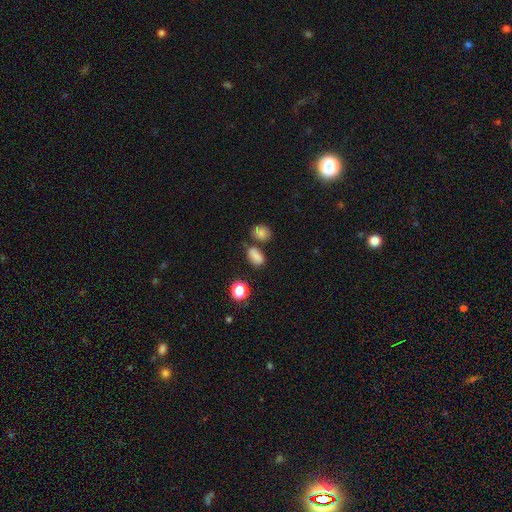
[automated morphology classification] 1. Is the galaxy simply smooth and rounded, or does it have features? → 79% smooth, 15% star or artifact, 7% featured or disk.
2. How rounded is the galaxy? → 84% in between, 14% round, 2% cigar-shaped.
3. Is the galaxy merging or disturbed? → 62% none, 17% merger, 16% minor disturbance, 5% major disturbance.